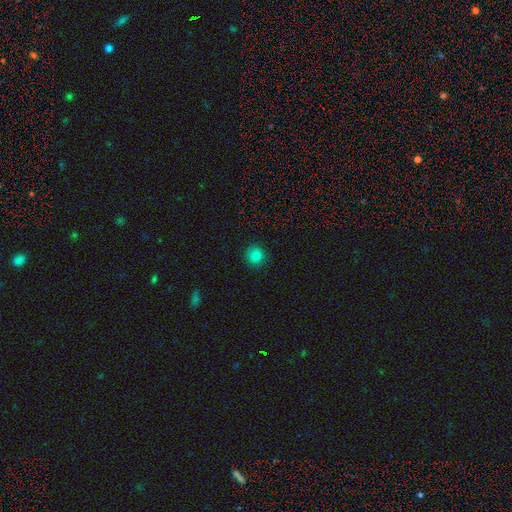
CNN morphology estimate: Smooth or featured? Predicted: smooth (p=0.82). How rounded? Predicted: round (p=0.89). Merging? Predicted: none (p=0.91).